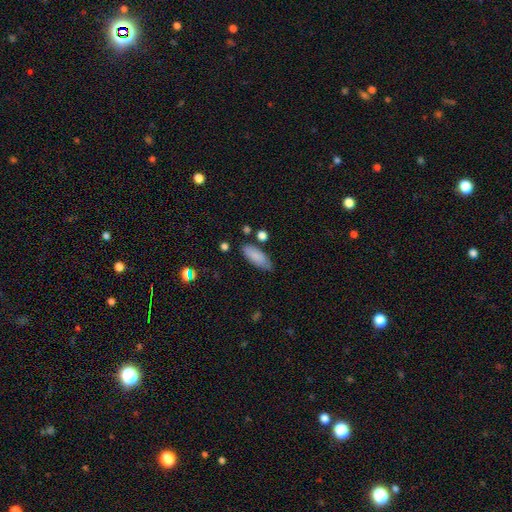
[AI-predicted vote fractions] The model was most divided on "how rounded": in between: 70%, cigar-shaped: 28%, round: 2%. More confident: smooth or featured — smooth (86%); merging — none (75%).